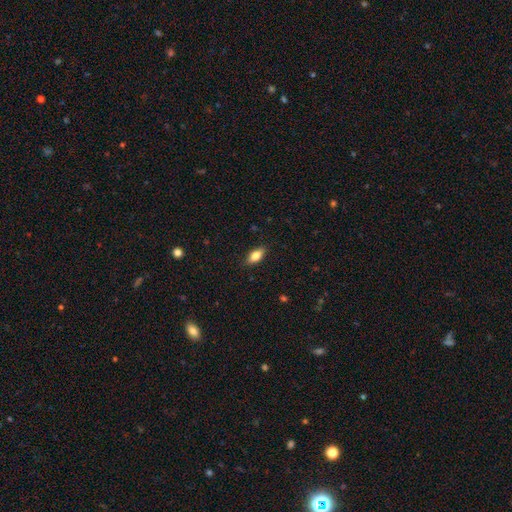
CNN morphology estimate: Smooth or featured? Predicted: smooth (p=0.77). How rounded? Predicted: in between (p=0.84). Merging? Predicted: none (p=0.87).